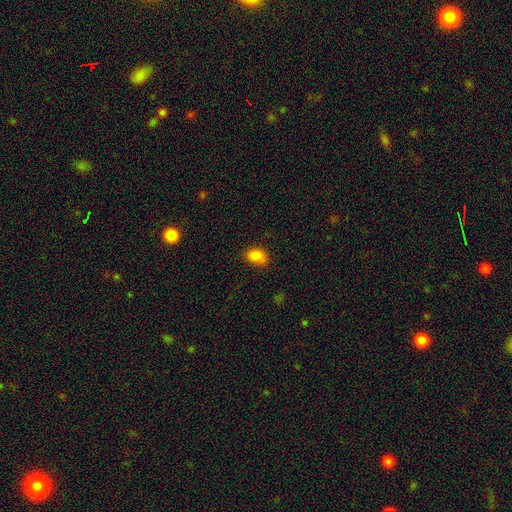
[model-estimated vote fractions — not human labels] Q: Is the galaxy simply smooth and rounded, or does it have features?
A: smooth — 84%.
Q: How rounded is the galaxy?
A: in between — 74%.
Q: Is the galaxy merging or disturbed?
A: none — 66%.